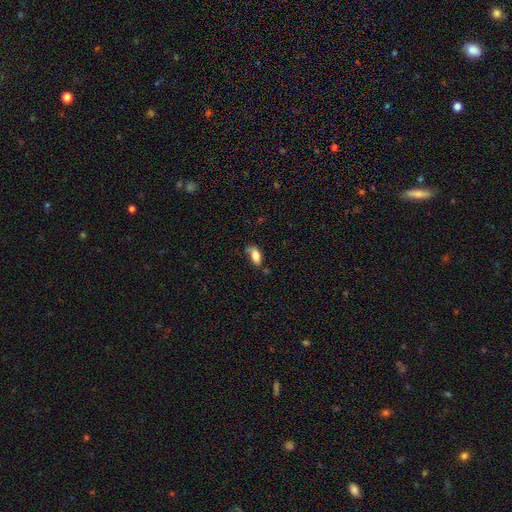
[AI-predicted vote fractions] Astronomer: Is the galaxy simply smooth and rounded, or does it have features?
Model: smooth — 75%.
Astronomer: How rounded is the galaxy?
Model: in between — 86%.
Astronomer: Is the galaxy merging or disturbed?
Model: none — 47% (runner-up: minor disturbance, 33%).